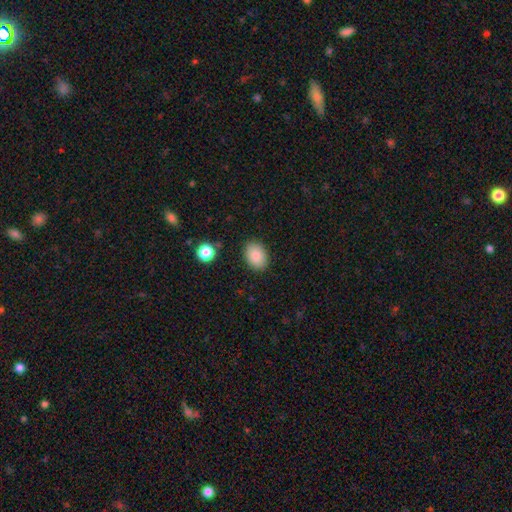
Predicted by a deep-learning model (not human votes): The model was most divided on "how rounded": in between: 82%, round: 17%, cigar-shaped: 1%. More confident: smooth or featured — smooth (87%); merging — none (87%).